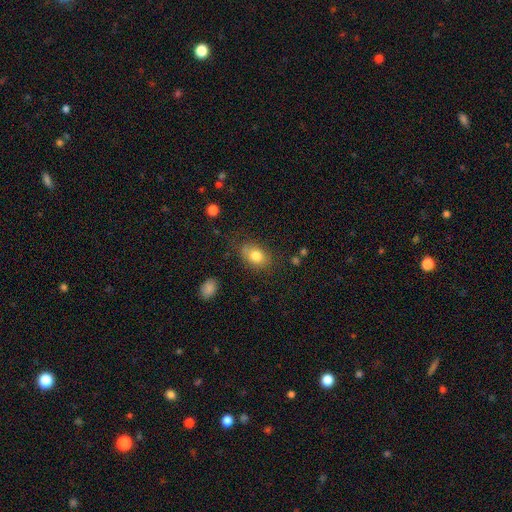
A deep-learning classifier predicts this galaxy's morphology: This is clearly a smooth galaxy (80%). How rounded: likely in between (75%). Merging: likely none (70%).